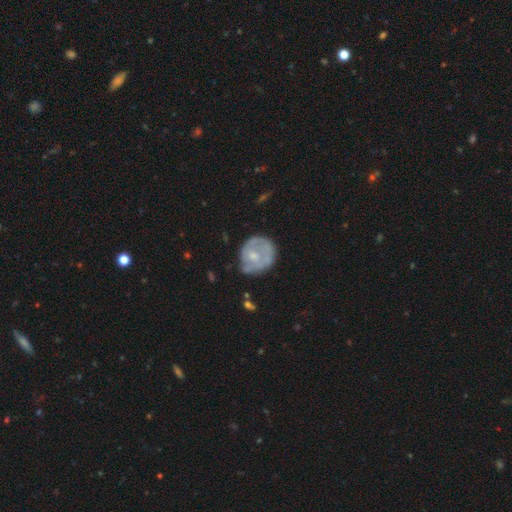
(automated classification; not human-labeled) smooth 47% (tied), featured or disk 47% (tied), star or artifact 6%. Down the decision tree: merging — none (55%).